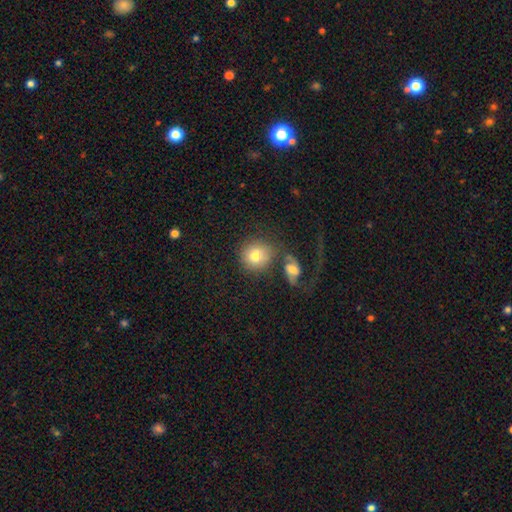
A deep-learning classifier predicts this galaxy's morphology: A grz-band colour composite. It shows a smooth galaxy with no disk features (76%) that is round (86%). Merging: none (58%).